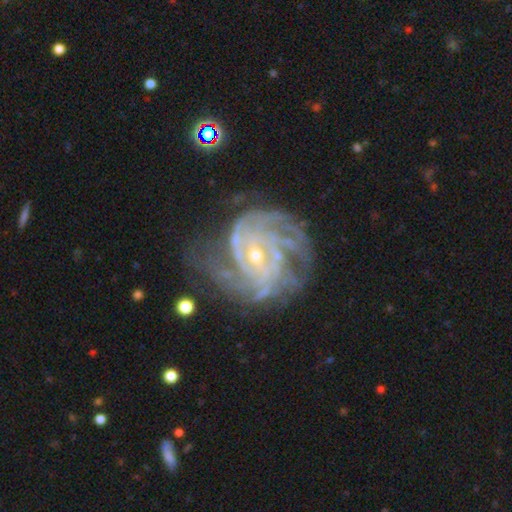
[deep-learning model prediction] smooth-or-featured: featured or disk: 91% | star or artifact: 6% | smooth: 4%
  disk-edge-on: no: 98% | yes: 2%
    bar: no: 54% | weak: 34% | strong: 12%
    has-spiral-arms: yes: 97% | no: 3%
      spiral-winding: tight: 67% | medium: 28% | loose: 6%
      spiral-arm-count: 4: 24% | can't tell: 23% | more than 4: 18% | 3: 16% | 2: 11% | 1: 8%
    bulge-size: small: 69% | moderate: 27% | none: 1% | large: 1% | dominant: 1%
  merging: none: 63% | minor disturbance: 21% | major disturbance: 14% | merger: 2%